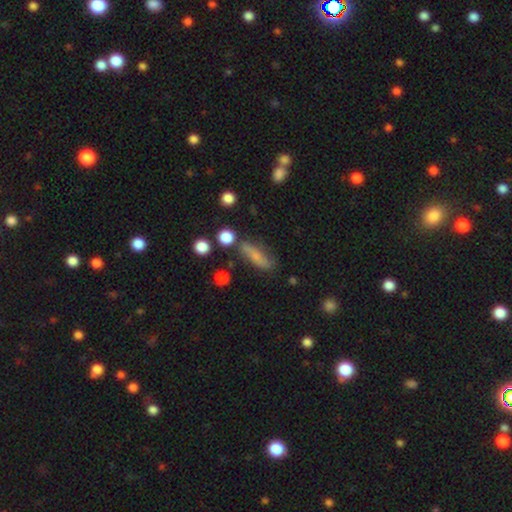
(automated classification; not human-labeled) A smooth galaxy with no disk features (63%) that is cigar-shaped (49%).

Vote fractions:
- Smooth or featured? smooth: 63% / featured or disk: 28% / star or artifact: 10%
- How rounded? cigar-shaped: 49% / in between: 44% / round: 6%
- Merging? none: 67% / minor disturbance: 21% / major disturbance: 7% / merger: 5%